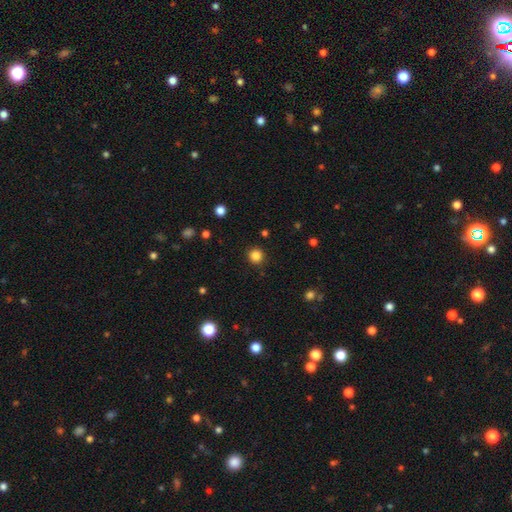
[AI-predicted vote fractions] smooth_or_featured: smooth (p=0.84) [alt: star or artifact p=0.12]
how_rounded: round (p=0.95) [alt: in between p=0.04]
merging: none (p=0.91) [alt: minor disturbance p=0.05]